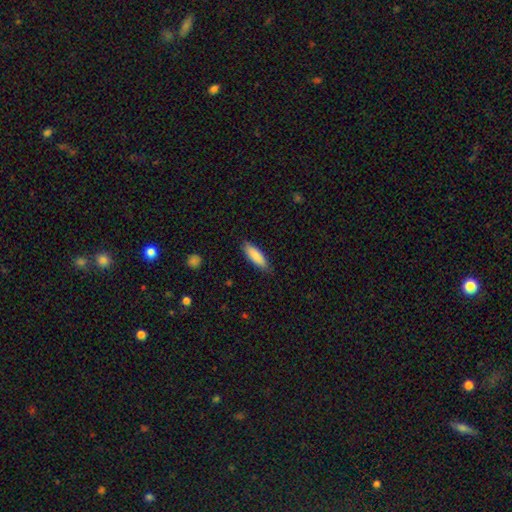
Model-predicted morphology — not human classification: A smooth galaxy with no disk features (87%) that is in between round and cigar-shaped (53%).

Vote fractions:
- Smooth or featured? smooth: 87% / featured or disk: 8% / star or artifact: 6%
- How rounded? in between: 53% / cigar-shaped: 45% / round: 1%
- Merging? none: 82% / minor disturbance: 14% / major disturbance: 2% / merger: 1%